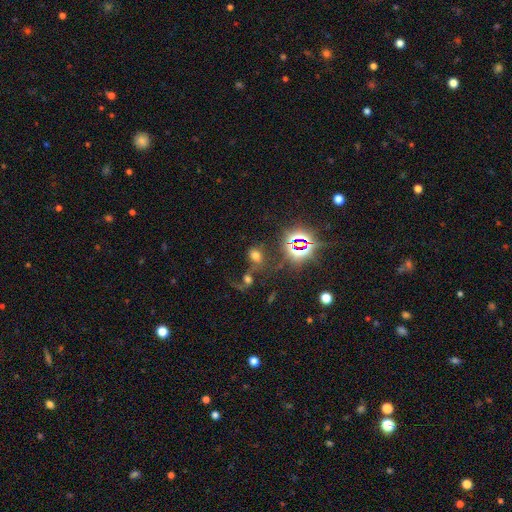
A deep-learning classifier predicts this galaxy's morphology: smooth-or-featured: smooth: 53% | star or artifact: 34% | featured or disk: 13%
  how-rounded: in between: 65% | round: 33% | cigar-shaped: 2%
  merging: none: 46% | merger: 29% | major disturbance: 13% | minor disturbance: 11%